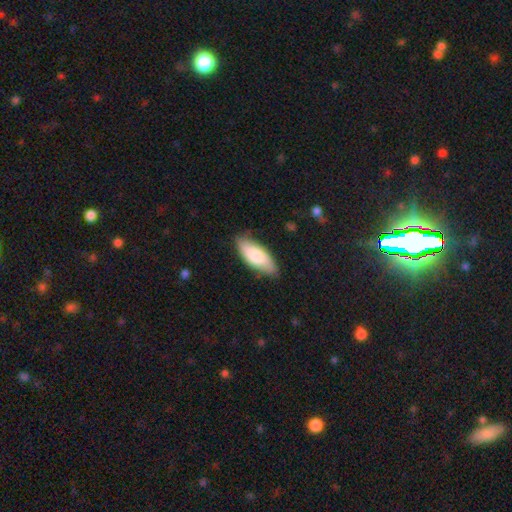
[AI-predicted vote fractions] This is likely a smooth galaxy (76%). How rounded: likely in between (78%). Merging: likely none (79%).